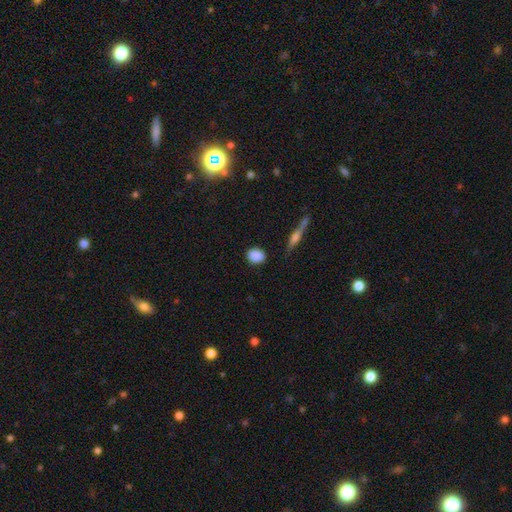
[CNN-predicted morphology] Q: Smooth or featured?
A: smooth (88%); runner-up: star or artifact (7%)
Q: How rounded?
A: round (58%); runner-up: in between (39%)
Q: Merging?
A: none (88%); runner-up: minor disturbance (8%)